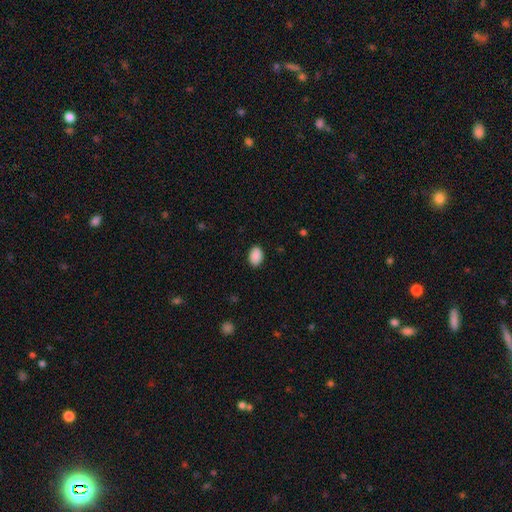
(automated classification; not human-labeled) Smooth or featured? smooth (90%)
How rounded? in between (83%)
Merging? none (87%)